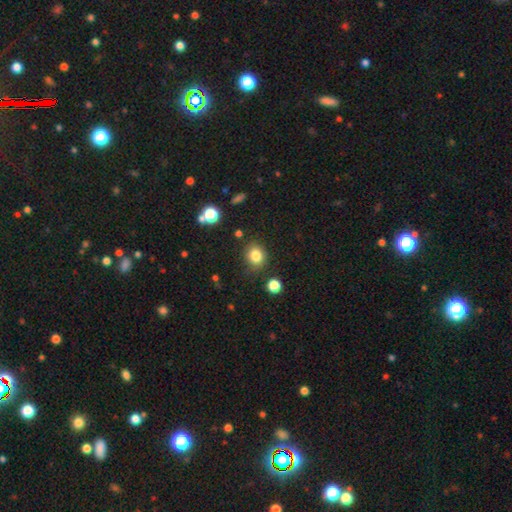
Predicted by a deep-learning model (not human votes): The model was most divided on "how rounded": round: 71%, in between: 28%, cigar-shaped: 1%. More confident: smooth or featured — smooth (83%); merging — none (80%).